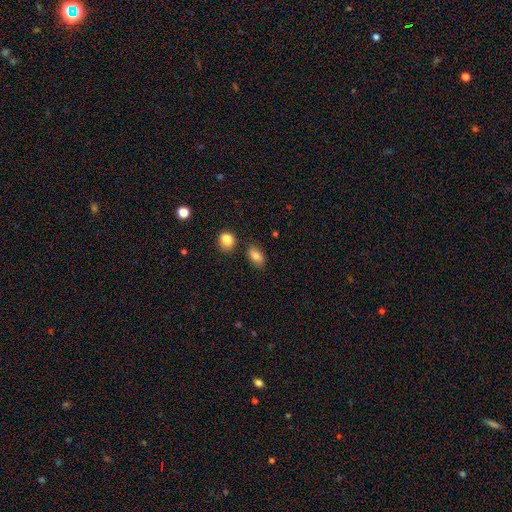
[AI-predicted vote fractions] Q: Smooth or featured?
A: smooth (83%); runner-up: star or artifact (9%)
Q: How rounded?
A: in between (88%); runner-up: round (10%)
Q: Merging?
A: none (78%); runner-up: minor disturbance (13%)